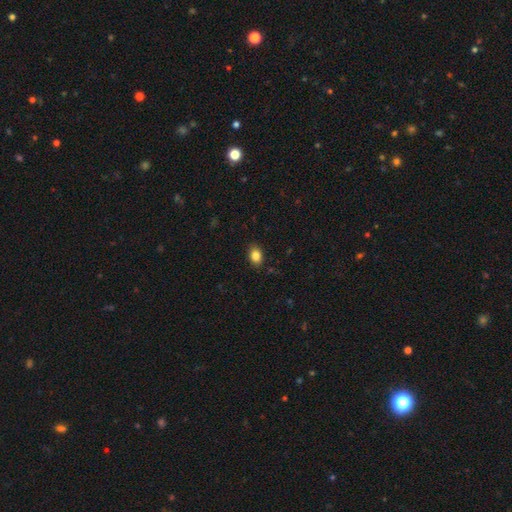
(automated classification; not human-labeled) smooth_or_featured: smooth (p=0.85) [alt: star or artifact p=0.09]
how_rounded: in between (p=0.74) [alt: round p=0.25]
merging: none (p=0.87) [alt: minor disturbance p=0.09]